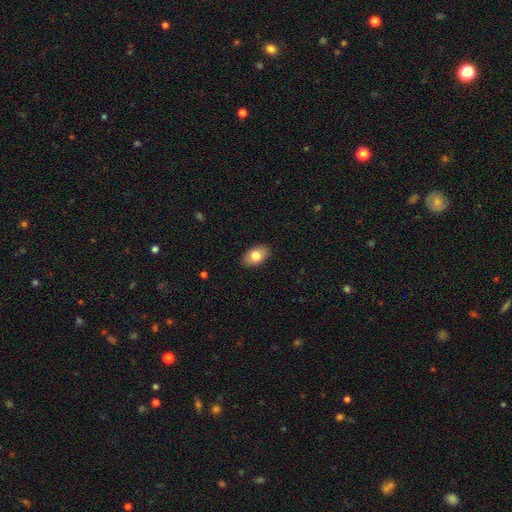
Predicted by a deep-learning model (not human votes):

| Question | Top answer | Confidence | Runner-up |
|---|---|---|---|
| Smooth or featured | smooth | 80% | featured or disk (13%) |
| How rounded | in between | 91% | round (7%) |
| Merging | none | 89% | minor disturbance (8%) |